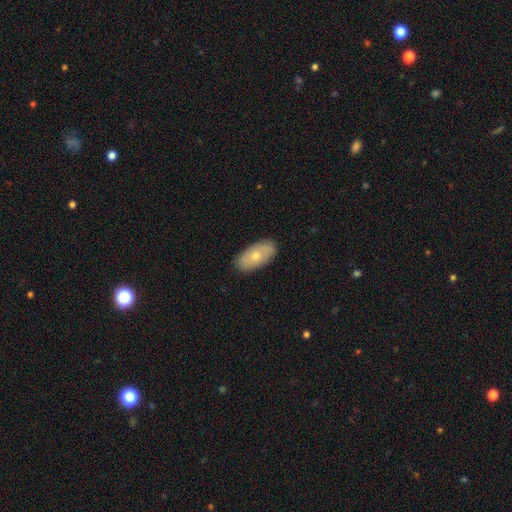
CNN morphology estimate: smooth_or_featured: smooth (p=0.65) [alt: featured or disk p=0.29]
how_rounded: in between (p=0.92) [alt: cigar-shaped p=0.04]
merging: none (p=0.87) [alt: minor disturbance p=0.10]